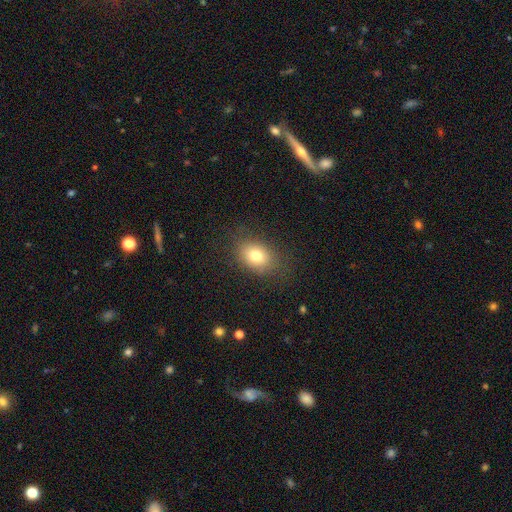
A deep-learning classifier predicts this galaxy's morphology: This is likely a smooth galaxy (77%). How rounded: likely in between (69%). Merging: clearly none (81%).